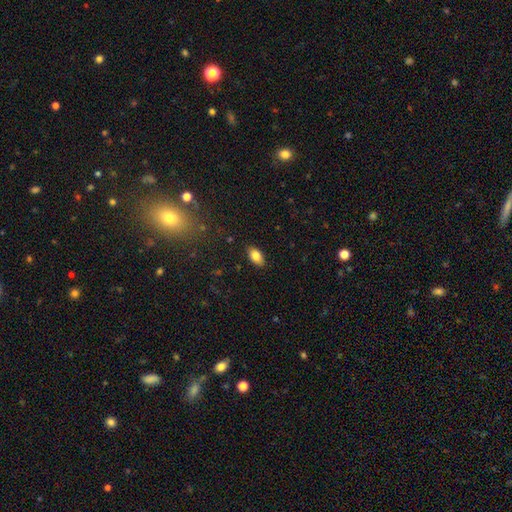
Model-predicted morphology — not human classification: smooth 82%, featured or disk 10%, star or artifact 8%. Down the decision tree: how rounded — in between (92%); merging — none (87%).